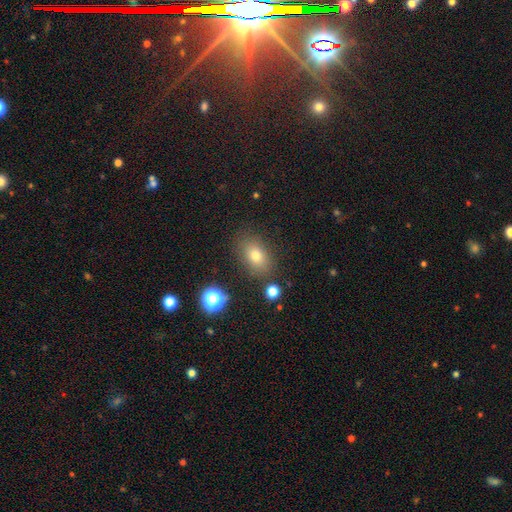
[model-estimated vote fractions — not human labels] Smooth or featured? smooth (74%)
How rounded? in between (77%)
Merging? none (82%)